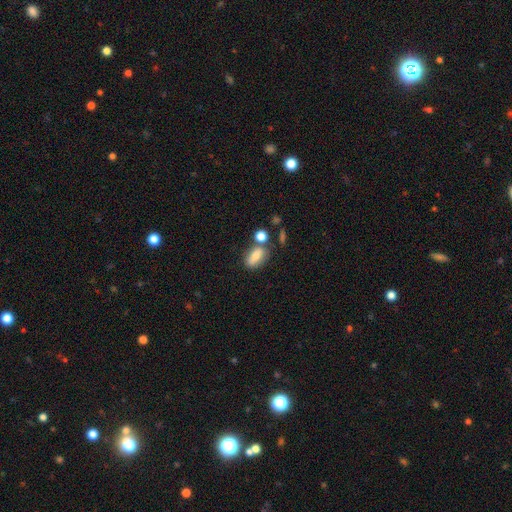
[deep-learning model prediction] Smooth or featured?
  - smooth: 76% *
  - featured or disk: 14%
  - star or artifact: 9%
How rounded?
  - in between: 81% *
  - round: 11%
  - cigar-shaped: 8%
Merging?
  - none: 59% *
  - merger: 19%
  - minor disturbance: 16%
  - major disturbance: 6%